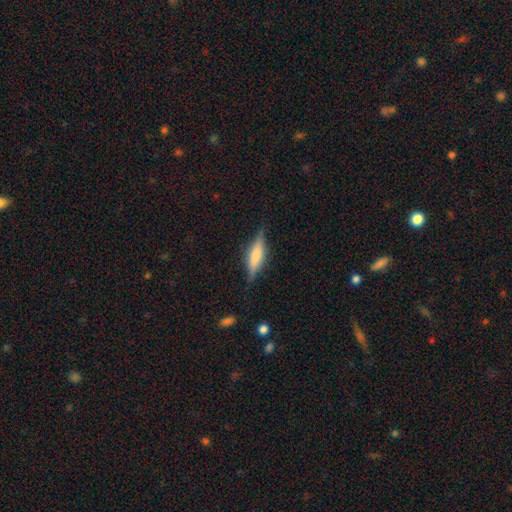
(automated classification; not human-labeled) Morphology: type=featured or disk (49%); merging=none (81%).